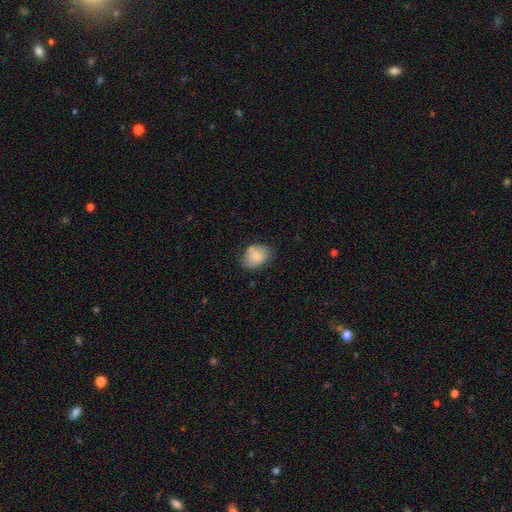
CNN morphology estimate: Smooth or featured: smooth — 79% (featured or disk — 13%)
How rounded: in between — 64% (round — 35%)
Merging: none — 65% (minor disturbance — 25%)